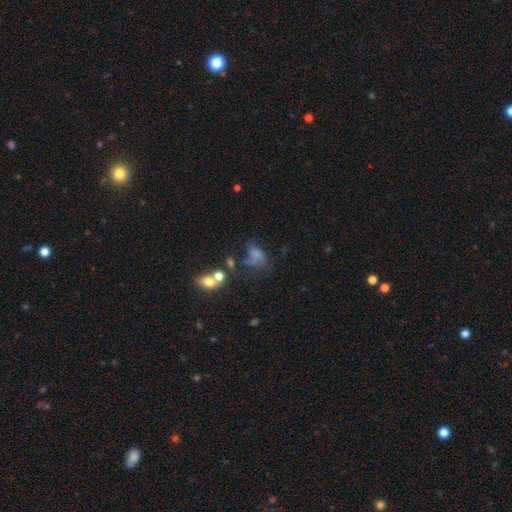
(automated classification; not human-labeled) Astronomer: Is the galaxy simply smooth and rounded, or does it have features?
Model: smooth — 59%.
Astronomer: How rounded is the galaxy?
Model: in between — 77%.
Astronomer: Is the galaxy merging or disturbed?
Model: major disturbance — 35% (runner-up: none, 28%).